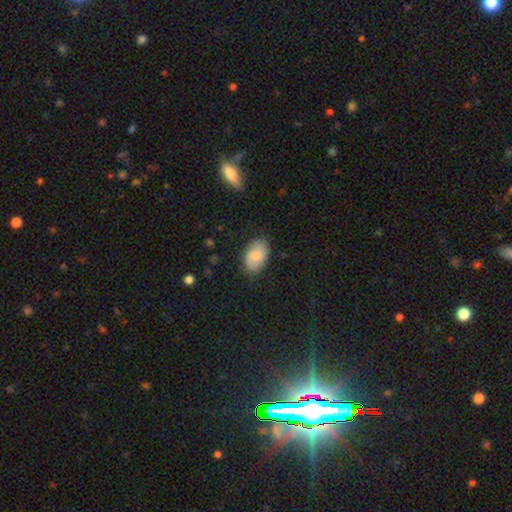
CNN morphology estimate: A smooth galaxy with no disk features (75%) that is in between round and cigar-shaped (91%).

Vote fractions:
- Smooth or featured? smooth: 75% / featured or disk: 19% / star or artifact: 7%
- How rounded? in between: 91% / round: 8% / cigar-shaped: 1%
- Merging? none: 82% / minor disturbance: 14% / major disturbance: 2% / merger: 1%